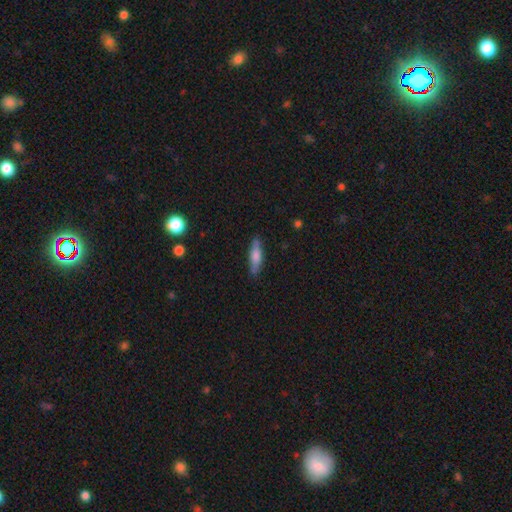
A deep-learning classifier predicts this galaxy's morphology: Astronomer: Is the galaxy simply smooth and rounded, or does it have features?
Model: smooth — 61%.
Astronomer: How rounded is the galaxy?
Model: cigar-shaped — 74%.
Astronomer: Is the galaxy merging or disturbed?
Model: none — 84%.